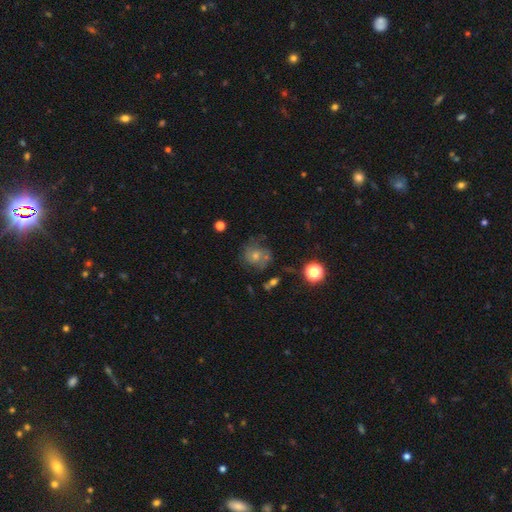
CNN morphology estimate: Overall: featured or disk (54%; smooth 25%). Edge-on disk: no (97%). Bar: no (75%). Spiral arms: yes (83%). Bulge size: moderate (51%; small 40%). Merging: none (67%).